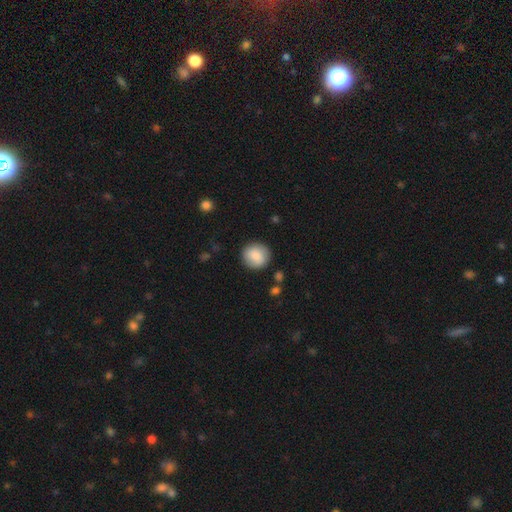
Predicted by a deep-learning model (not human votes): Overall: smooth (85%). How rounded: round (92%). Merging: none (88%).